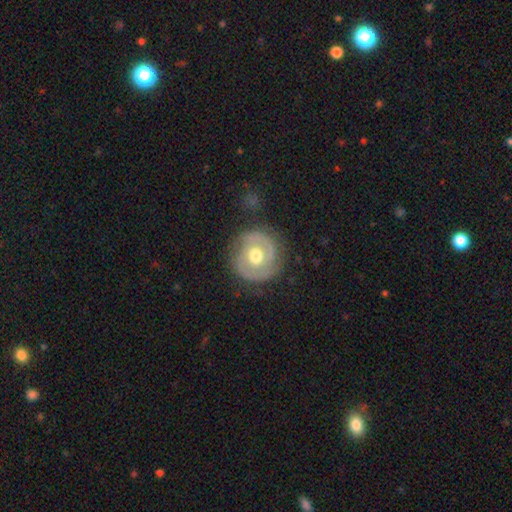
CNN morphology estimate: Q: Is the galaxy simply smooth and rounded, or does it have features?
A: featured or disk — 68%.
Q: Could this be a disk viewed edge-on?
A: no — 97%.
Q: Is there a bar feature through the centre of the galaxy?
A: no — 69%.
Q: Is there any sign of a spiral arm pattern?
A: yes — 72%.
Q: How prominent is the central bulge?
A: moderate — 75%.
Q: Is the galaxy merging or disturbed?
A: none — 78%.